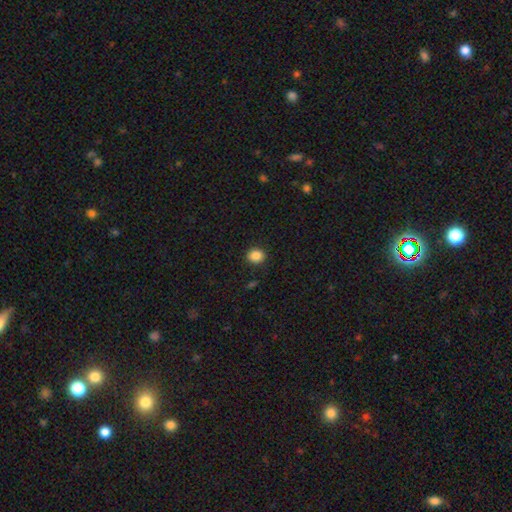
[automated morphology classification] Overall: smooth (86%). How rounded: round (69%; in between 30%). Merging: none (90%).